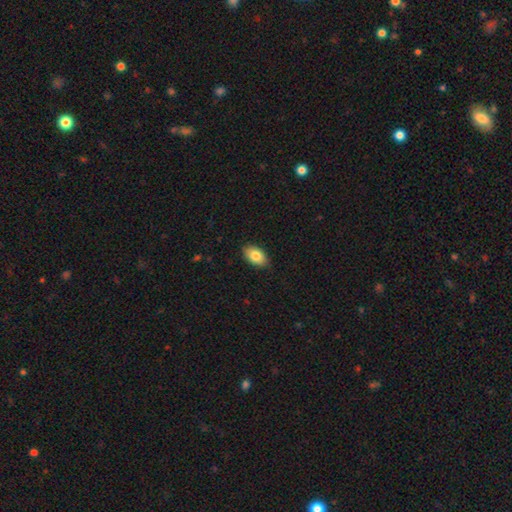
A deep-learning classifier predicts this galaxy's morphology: Q: Smooth or featured?
A: smooth (82%); runner-up: featured or disk (11%)
Q: How rounded?
A: in between (92%); runner-up: round (6%)
Q: Merging?
A: none (85%); runner-up: minor disturbance (12%)